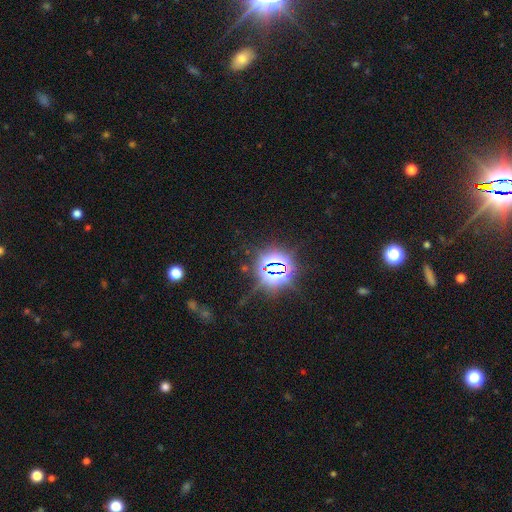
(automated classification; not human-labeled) The model was most divided on "smooth or featured": star or artifact: 79%, smooth: 15%, featured or disk: 7%.